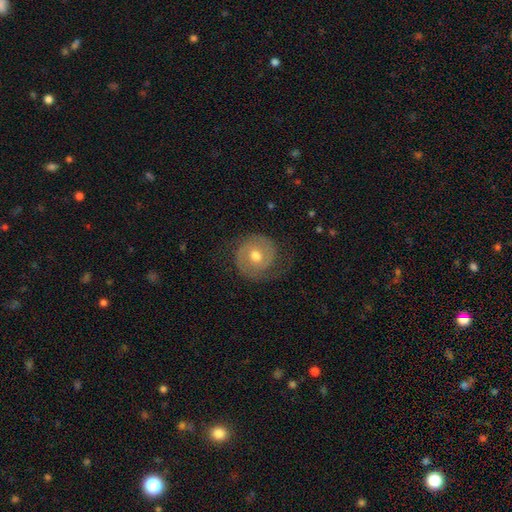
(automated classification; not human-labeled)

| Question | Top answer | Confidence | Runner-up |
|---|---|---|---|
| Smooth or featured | featured or disk | 69% | smooth (24%) |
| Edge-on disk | no | 97% | yes (3%) |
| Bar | no | 63% | weak (30%) |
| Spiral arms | yes | 87% | no (13%) |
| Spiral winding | tight | 50% | medium (35%) |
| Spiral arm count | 2 | 71% | 1 (14%) |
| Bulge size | moderate | 77% | small (15%) |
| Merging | none | 71% | minor disturbance (16%) |